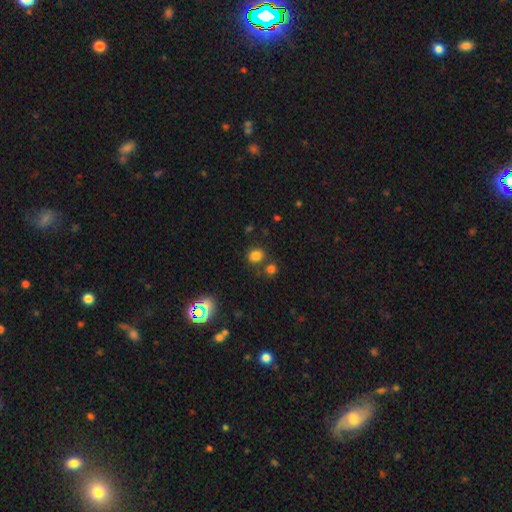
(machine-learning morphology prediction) smooth-or-featured: smooth: 78% | star or artifact: 16% | featured or disk: 6%
  how-rounded: round: 58% | in between: 41% | cigar-shaped: 1%
  merging: none: 71% | merger: 14% | minor disturbance: 11% | major disturbance: 4%